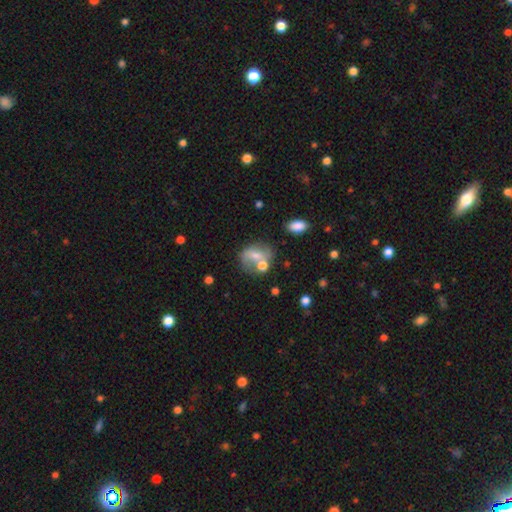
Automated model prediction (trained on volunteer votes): Overall: smooth (53%; featured or disk 35%). How rounded: in between (55%; round 43%). Merging: none (41%; merger 27%).